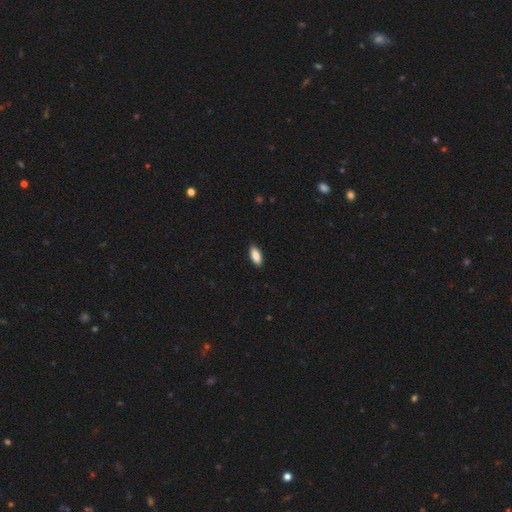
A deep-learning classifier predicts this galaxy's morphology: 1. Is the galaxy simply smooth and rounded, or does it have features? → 89% smooth, 6% star or artifact, 4% featured or disk.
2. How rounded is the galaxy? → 86% in between, 12% cigar-shaped, 2% round.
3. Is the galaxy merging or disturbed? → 89% none, 8% minor disturbance, 2% major disturbance, 1% merger.